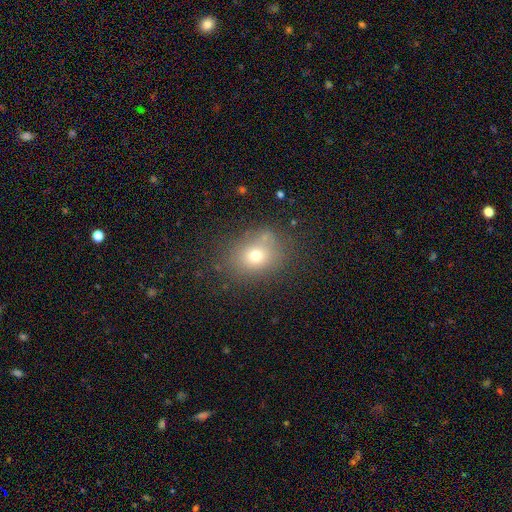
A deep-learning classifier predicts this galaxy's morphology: Smooth or featured: smooth — 69% (star or artifact — 17%)
How rounded: round — 52% (in between — 47%)
Merging: none — 72% (minor disturbance — 16%)